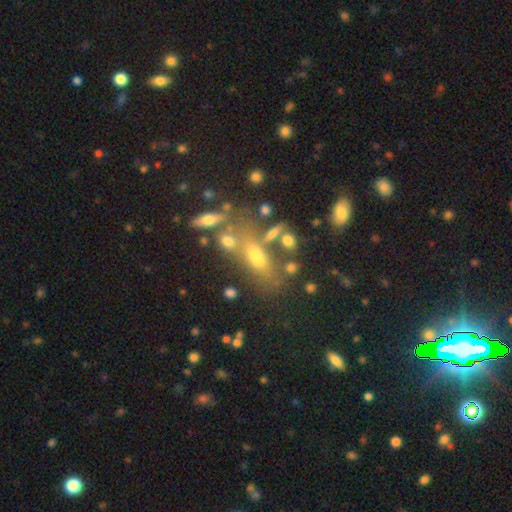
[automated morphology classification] smooth-or-featured: smooth: 50% | featured or disk: 28% | star or artifact: 22%
  how-rounded: in between: 63% | cigar-shaped: 27% | round: 10%
  merging: none: 45% | merger: 26% | minor disturbance: 16% | major disturbance: 12%